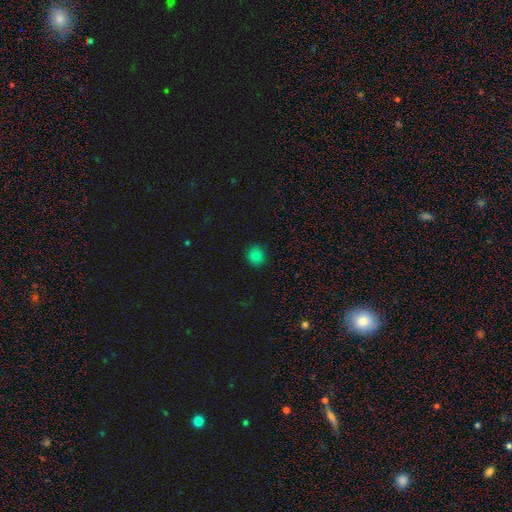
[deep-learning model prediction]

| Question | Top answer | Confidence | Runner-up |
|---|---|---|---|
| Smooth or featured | smooth | 83% | star or artifact (14%) |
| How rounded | round | 88% | in between (11%) |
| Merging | none | 91% | minor disturbance (6%) |